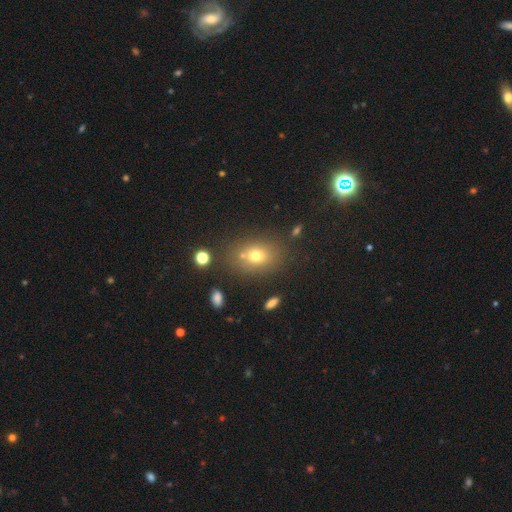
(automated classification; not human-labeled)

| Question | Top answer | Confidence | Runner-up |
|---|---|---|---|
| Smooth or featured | smooth | 69% | star or artifact (16%) |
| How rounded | in between | 60% | round (39%) |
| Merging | none | 70% | minor disturbance (13%) |